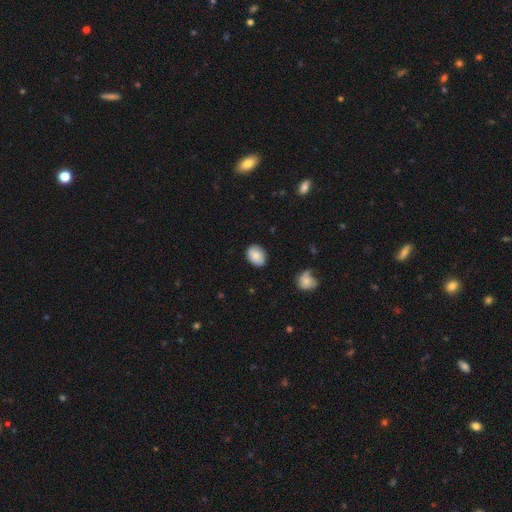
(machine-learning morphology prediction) This appears to be a smooth galaxy with no disk features (80%) that is in between round and cigar-shaped (70%). Merging: none (80%).